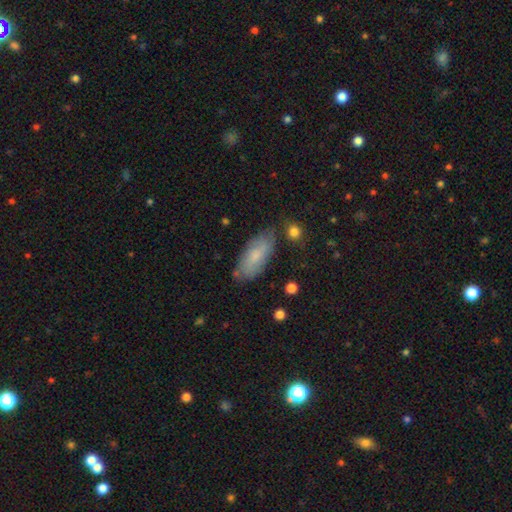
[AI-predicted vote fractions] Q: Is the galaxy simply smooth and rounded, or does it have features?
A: smooth — 71%.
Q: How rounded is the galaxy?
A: in between — 83%.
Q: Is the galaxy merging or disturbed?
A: none — 73%.